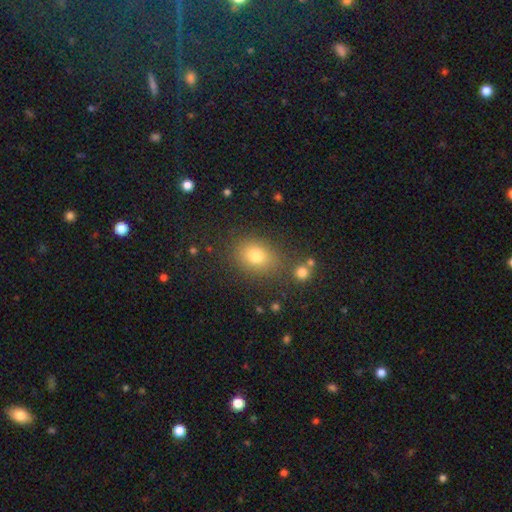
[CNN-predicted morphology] The model was most divided on "how rounded": round: 51%, in between: 48%, cigar-shaped: 1%. More confident: merging — none (78%); smooth or featured — smooth (77%).